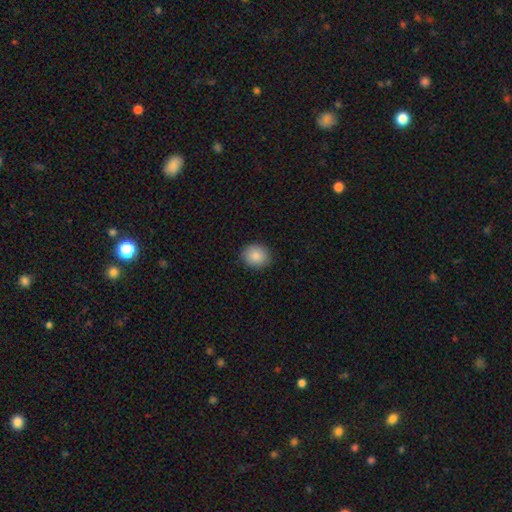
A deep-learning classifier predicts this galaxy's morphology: type=smooth (88%); roundness=round (72%); merging=none (90%).